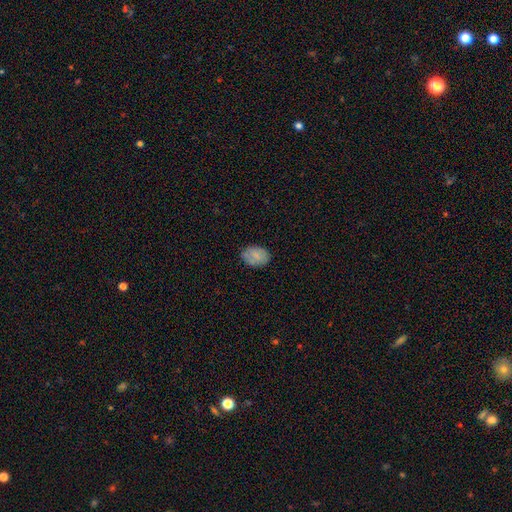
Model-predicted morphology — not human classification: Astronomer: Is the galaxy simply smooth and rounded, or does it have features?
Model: smooth — 76%.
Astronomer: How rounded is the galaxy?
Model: in between — 80%.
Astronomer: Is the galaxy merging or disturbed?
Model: none — 79%.